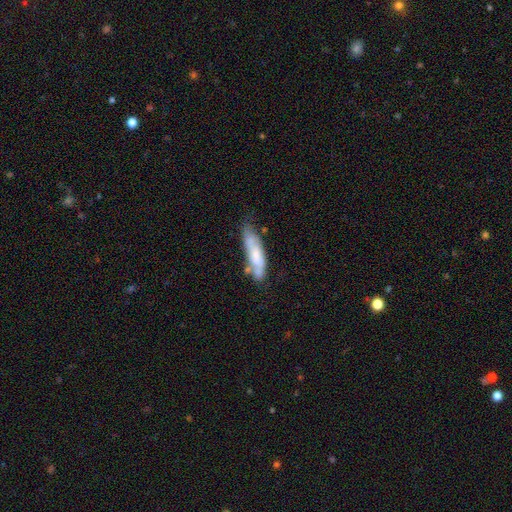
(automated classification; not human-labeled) Smooth or featured: smooth — 52% (featured or disk — 41%)
How rounded: cigar-shaped — 63% (in between — 36%)
Merging: none — 47% (minor disturbance — 29%)